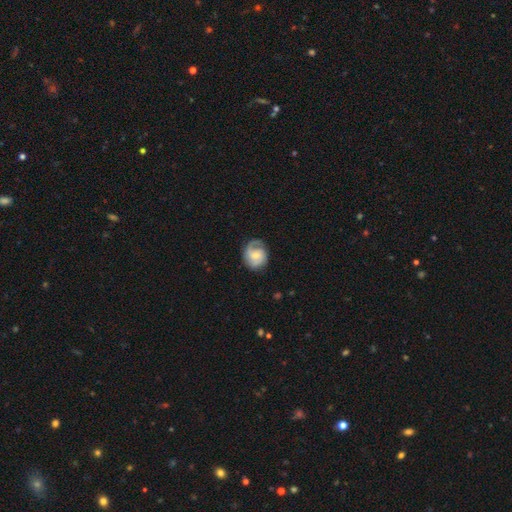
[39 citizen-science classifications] This is clearly a featured or disk galaxy (85%). It is clearly not viewed edge-on (100%). Bar: possibly no (55%). Spiral arm pattern: clearly yes (88%). Spiral arm count: marginally 1 (38%, tied with 2). Spiral winding: marginally medium (41%). Central bulge: possibly small (52%). Merging: possibly none (57%).